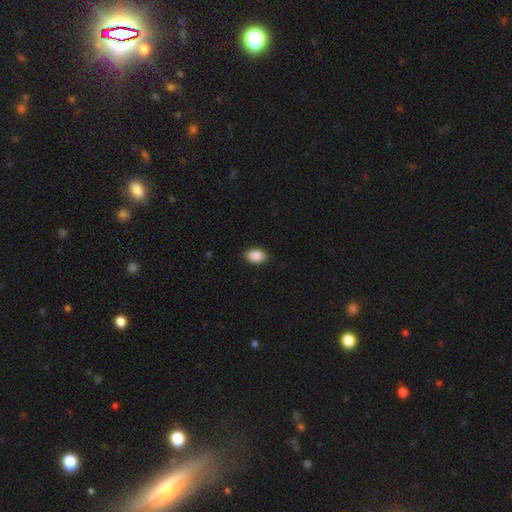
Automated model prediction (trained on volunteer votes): Smooth or featured? smooth (90%)
How rounded? in between (83%)
Merging? none (89%)